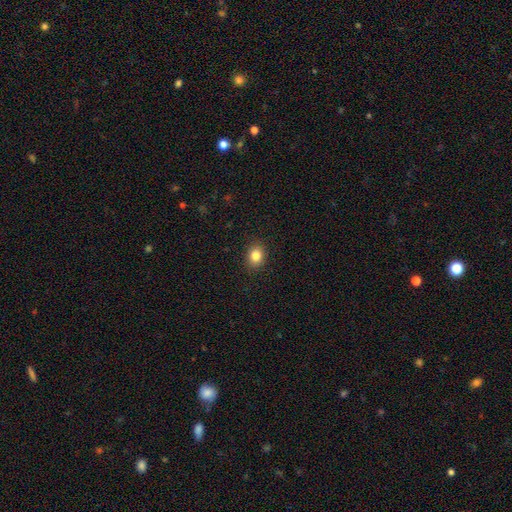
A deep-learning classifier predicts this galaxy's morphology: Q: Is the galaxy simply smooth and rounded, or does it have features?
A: smooth — 84%.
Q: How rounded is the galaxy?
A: round — 51%.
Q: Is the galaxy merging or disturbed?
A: none — 90%.